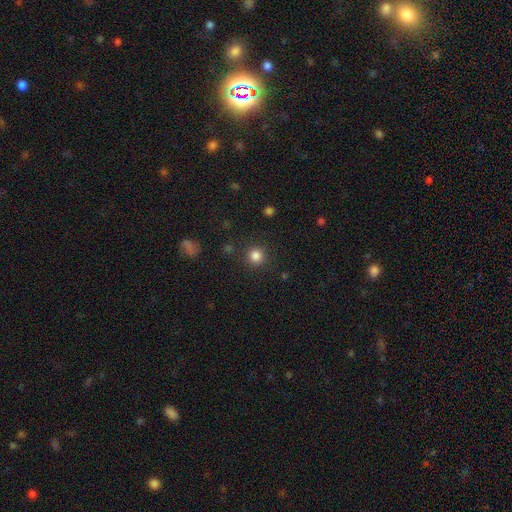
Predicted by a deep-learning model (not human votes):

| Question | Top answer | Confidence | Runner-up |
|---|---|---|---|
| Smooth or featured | smooth | 84% | star or artifact (12%) |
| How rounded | round | 94% | in between (5%) |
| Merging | none | 89% | minor disturbance (6%) |